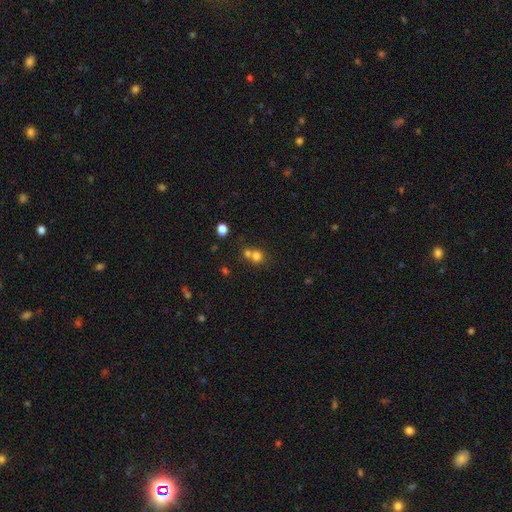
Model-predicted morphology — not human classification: Smooth or featured?
  - smooth: 75% *
  - star or artifact: 14%
  - featured or disk: 11%
How rounded?
  - round: 82% *
  - in between: 17%
  - cigar-shaped: 1%
Merging?
  - merger: 48% *
  - none: 42%
  - minor disturbance: 7%
  - major disturbance: 3%